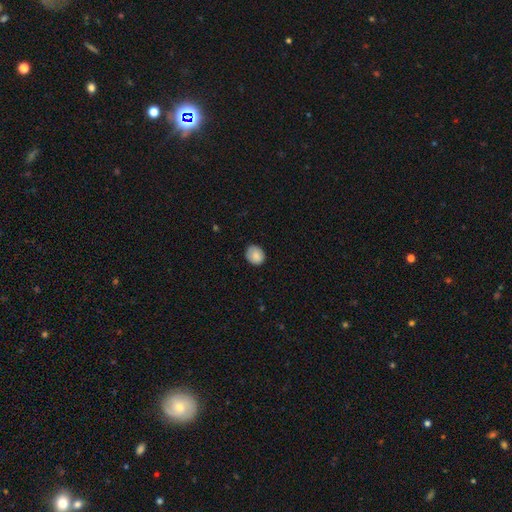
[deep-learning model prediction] A smooth galaxy with no disk features (86%) that is round (63%). Merging: none (79%).